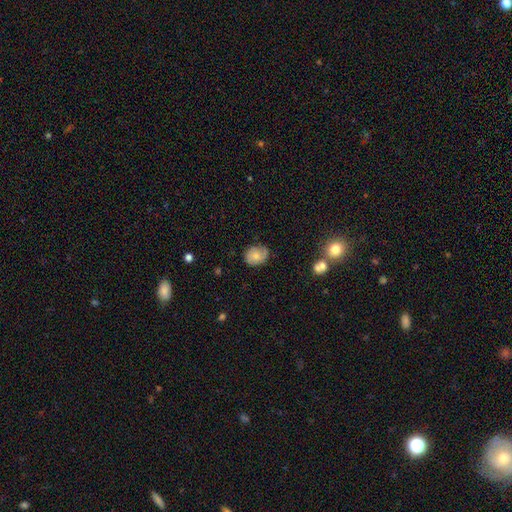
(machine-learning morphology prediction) smooth_or_featured: smooth (p=0.60) [alt: featured or disk p=0.32]
how_rounded: in between (p=0.50) [alt: round p=0.49]
merging: none (p=0.68) [alt: minor disturbance p=0.24]